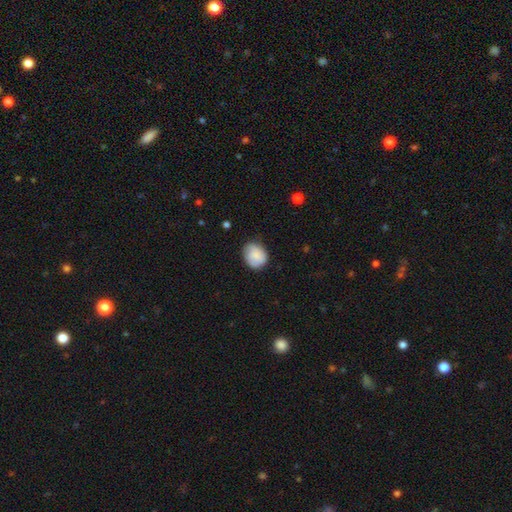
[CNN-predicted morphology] Smooth or featured? Predicted: smooth (p=0.80). How rounded? Predicted: round (p=0.64). Merging? Predicted: none (p=0.70).